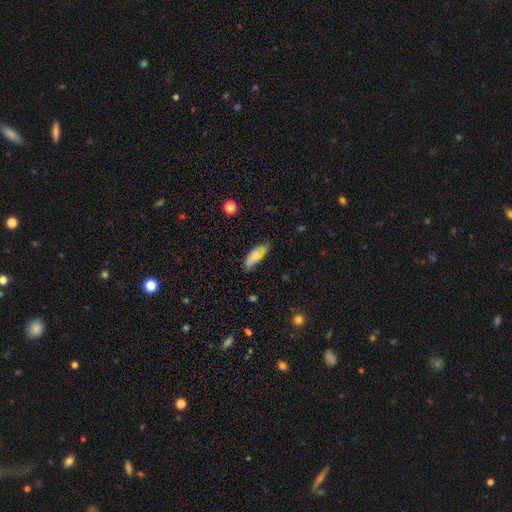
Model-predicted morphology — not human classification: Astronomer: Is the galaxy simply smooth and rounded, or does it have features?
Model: smooth — 66%.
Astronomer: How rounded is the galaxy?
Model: in between — 69%.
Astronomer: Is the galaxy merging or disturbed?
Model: none — 65%.